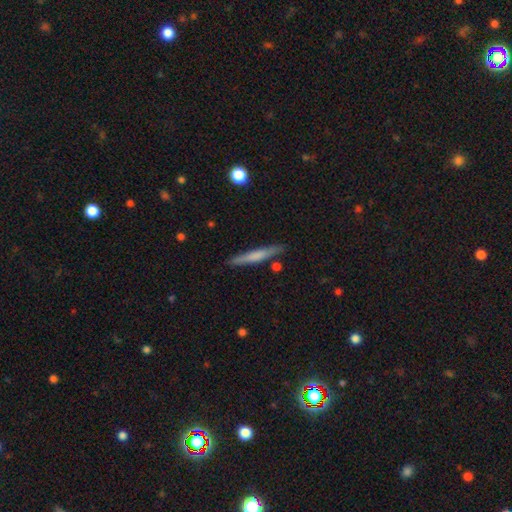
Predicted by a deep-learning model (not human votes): Smooth or featured?
  - smooth: 57% *
  - featured or disk: 37%
  - star or artifact: 6%
How rounded?
  - cigar-shaped: 94% *
  - in between: 4%
  - round: 1%
Merging?
  - none: 85% *
  - minor disturbance: 10%
  - merger: 3%
  - major disturbance: 2%